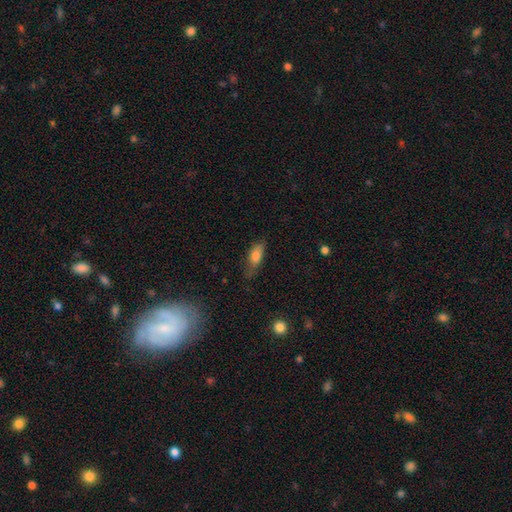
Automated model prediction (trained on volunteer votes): Smooth or featured? Predicted: smooth (p=0.76). How rounded? Predicted: in between (p=0.74). Merging? Predicted: none (p=0.60).